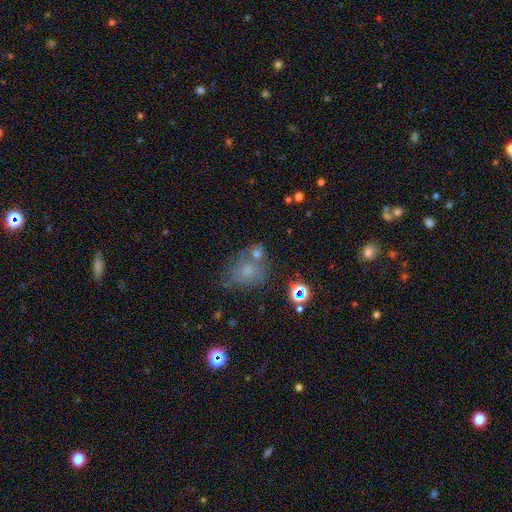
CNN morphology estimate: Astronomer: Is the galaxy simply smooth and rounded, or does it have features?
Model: smooth — 53%.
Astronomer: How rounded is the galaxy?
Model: round — 60% (runner-up: in between, 39%).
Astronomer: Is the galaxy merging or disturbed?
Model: none — 39% (runner-up: merger, 29%).